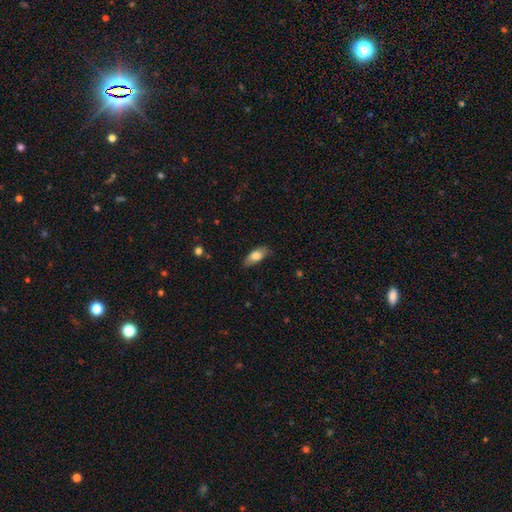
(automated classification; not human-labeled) Q: Smooth or featured?
A: smooth (78%); runner-up: featured or disk (15%)
Q: How rounded?
A: in between (82%); runner-up: cigar-shaped (16%)
Q: Merging?
A: none (79%); runner-up: minor disturbance (17%)